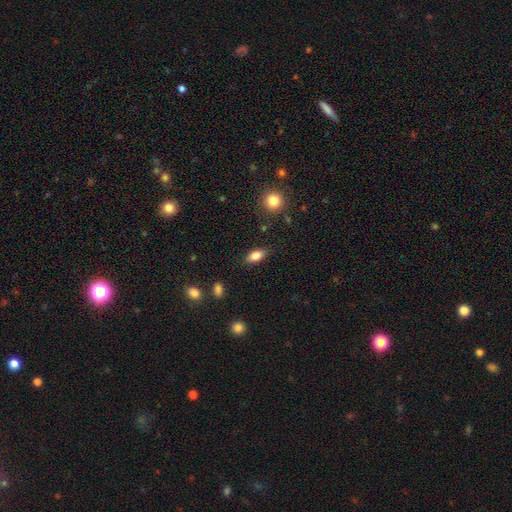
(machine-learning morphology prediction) smooth_or_featured: smooth (p=0.83) [alt: featured or disk p=0.09]
how_rounded: in between (p=0.87) [alt: cigar-shaped p=0.07]
merging: none (p=0.84) [alt: minor disturbance p=0.11]